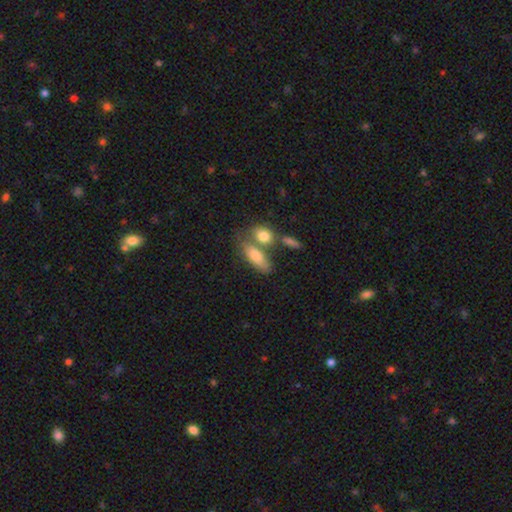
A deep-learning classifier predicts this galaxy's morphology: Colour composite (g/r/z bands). It shows a smooth galaxy with no disk features (78%) that is in between round and cigar-shaped (76%). Merging: none (41%).